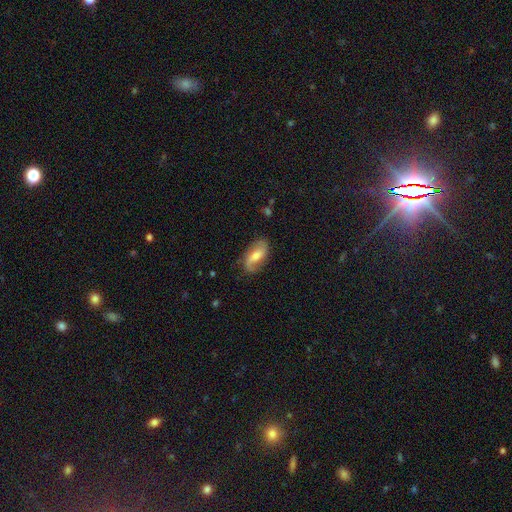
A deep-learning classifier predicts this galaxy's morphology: Smooth or featured? Predicted: featured or disk (p=0.63). Edge-on disk? Predicted: no (p=0.93). Bar? Predicted: weak (p=0.43). Spiral arms? Predicted: yes (p=0.89). Spiral winding? Predicted: loose (p=0.59). Spiral arm count? Predicted: 2 (p=0.82). Bulge size? Predicted: moderate (p=0.59). Merging? Predicted: none (p=0.74).